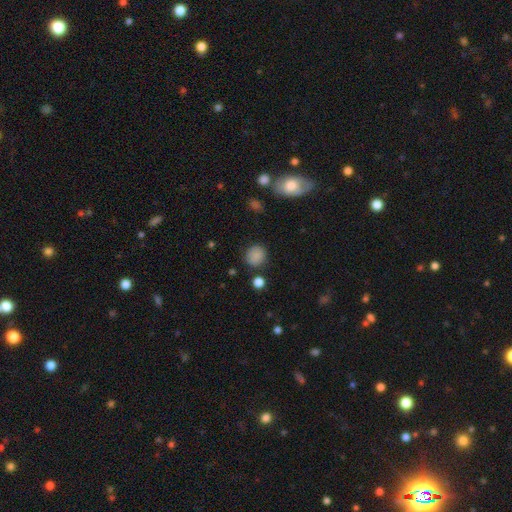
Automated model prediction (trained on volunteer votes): Smooth or featured? Predicted: smooth (p=0.84). How rounded? Predicted: round (p=0.84). Merging? Predicted: none (p=0.81).